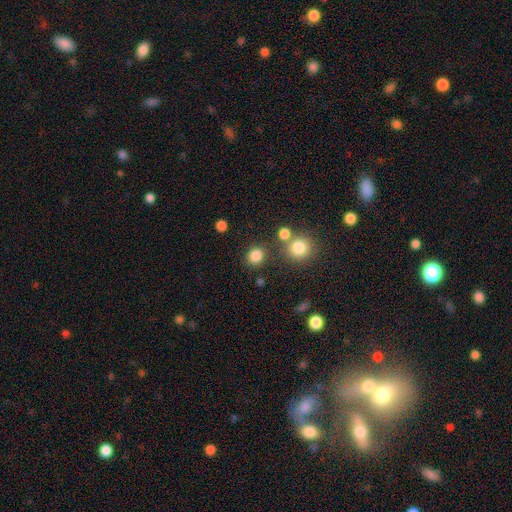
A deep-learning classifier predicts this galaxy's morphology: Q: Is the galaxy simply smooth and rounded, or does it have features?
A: smooth — 83%.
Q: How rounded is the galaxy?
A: round — 77%.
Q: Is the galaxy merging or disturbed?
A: none — 79%.